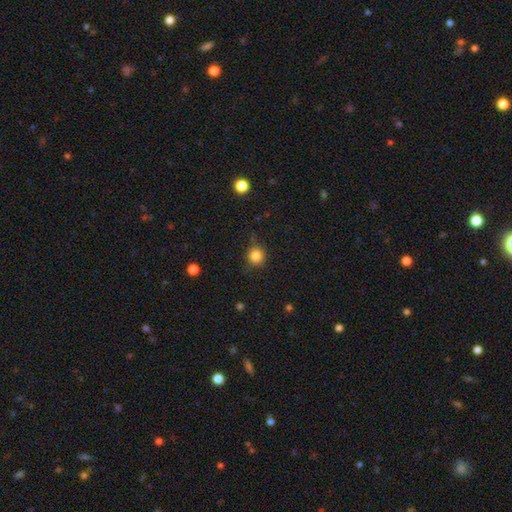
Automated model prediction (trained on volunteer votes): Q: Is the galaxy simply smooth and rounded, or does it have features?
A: smooth — 82%.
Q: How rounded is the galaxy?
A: round — 92%.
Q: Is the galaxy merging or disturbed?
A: none — 80%.